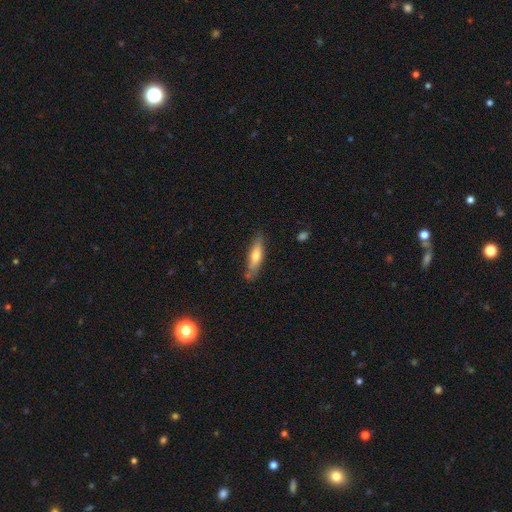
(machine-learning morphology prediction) Smooth or featured? Predicted: smooth (p=0.63). How rounded? Predicted: cigar-shaped (p=0.68). Merging? Predicted: none (p=0.74).